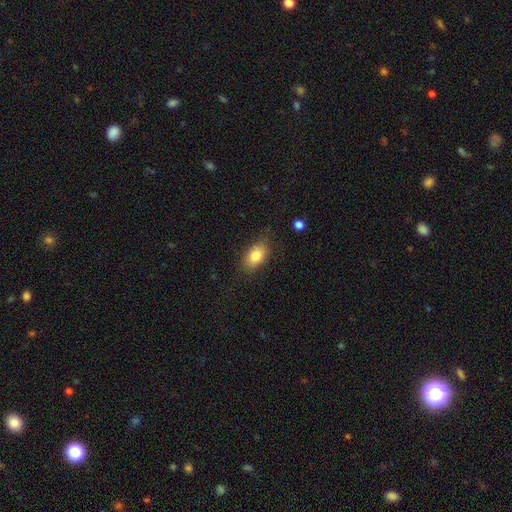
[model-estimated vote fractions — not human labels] Q: Smooth or featured?
A: smooth (82%); runner-up: featured or disk (10%)
Q: How rounded?
A: in between (86%); runner-up: round (11%)
Q: Merging?
A: none (80%); runner-up: minor disturbance (15%)